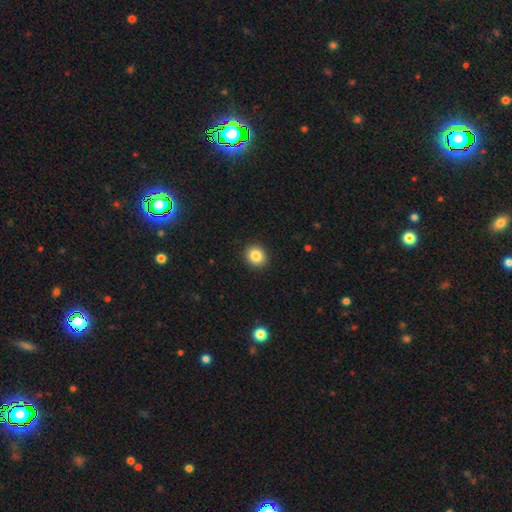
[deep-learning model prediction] A smooth galaxy with no disk features (85%) that is round (82%). Merging: none (92%).